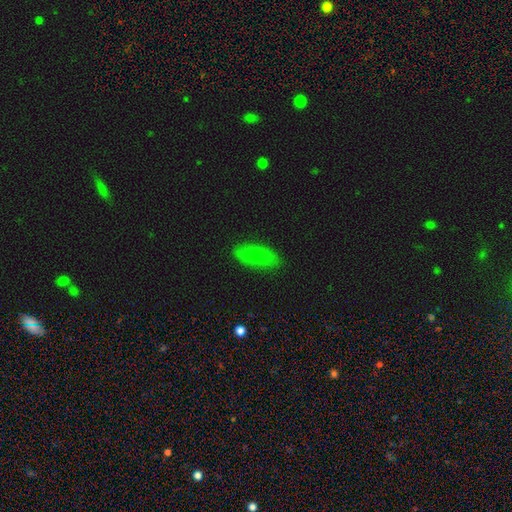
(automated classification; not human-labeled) Smooth or featured?
  - smooth: 74% *
  - featured or disk: 18%
  - star or artifact: 8%
How rounded?
  - in between: 81% *
  - cigar-shaped: 15%
  - round: 3%
Merging?
  - none: 83% *
  - minor disturbance: 13%
  - major disturbance: 3%
  - merger: 1%